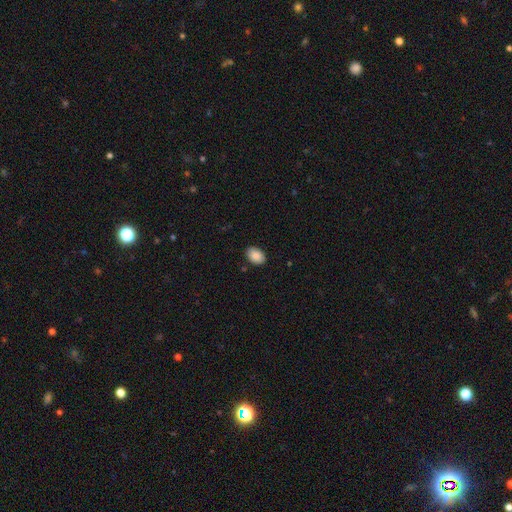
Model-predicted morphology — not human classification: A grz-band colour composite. It shows a smooth galaxy with no disk features (89%) that is in between round and cigar-shaped (83%). Merging: none (87%).